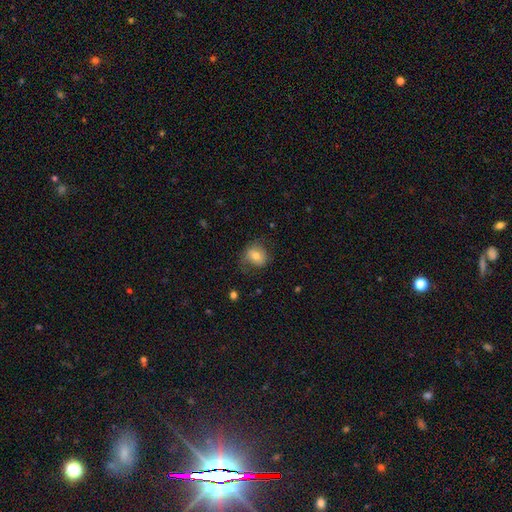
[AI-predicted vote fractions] This is likely a smooth galaxy (70%). How rounded: possibly round (60%). Merging: likely none (62%).